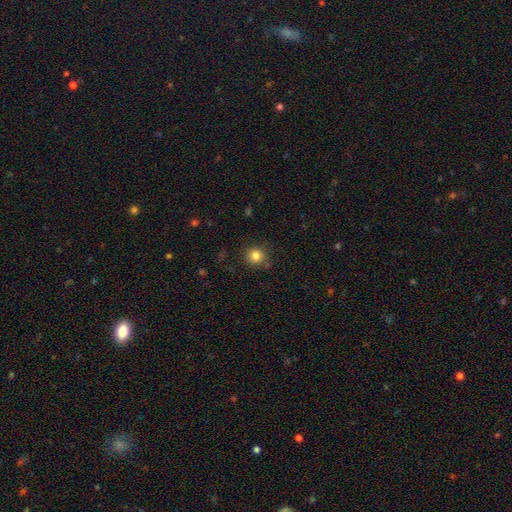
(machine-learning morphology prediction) Smooth or featured? smooth (82%)
How rounded? round (93%)
Merging? none (86%)